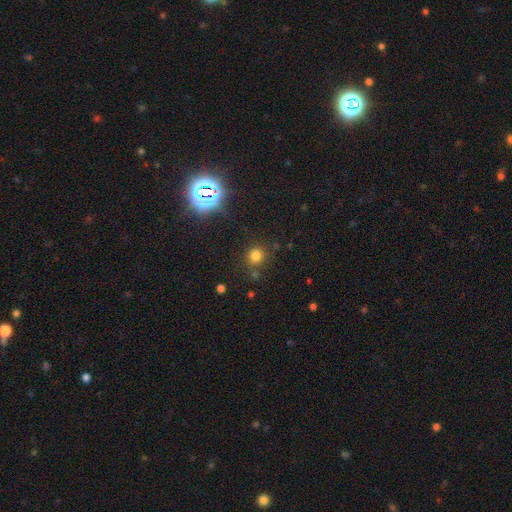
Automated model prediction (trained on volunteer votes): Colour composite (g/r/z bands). It shows a smooth galaxy with no disk features (73%) that is round (89%). Merging: none (80%).